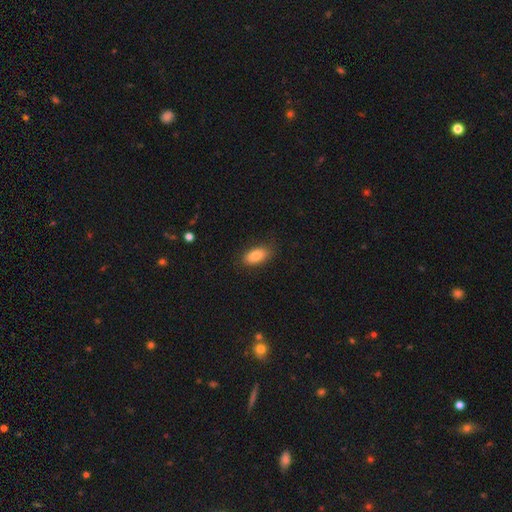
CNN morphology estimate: Smooth or featured? smooth (83%)
How rounded? in between (91%)
Merging? none (84%)